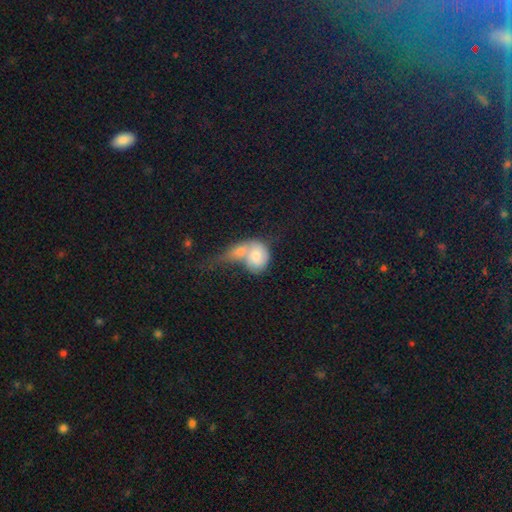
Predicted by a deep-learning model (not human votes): Smooth or featured: smooth — 65% (featured or disk — 28%)
How rounded: round — 55% (in between — 43%)
Merging: merger — 67% (major disturbance — 12%)